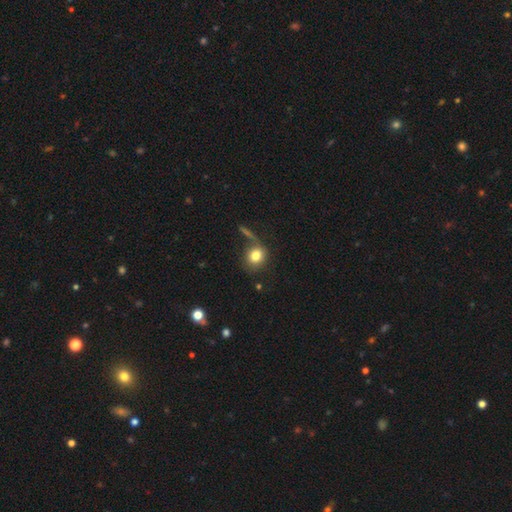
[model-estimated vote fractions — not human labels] smooth-or-featured: smooth: 80% | featured or disk: 10% | star or artifact: 10%
  how-rounded: round: 74% | in between: 25% | cigar-shaped: 1%
  merging: none: 61% | minor disturbance: 17% | merger: 13% | major disturbance: 10%